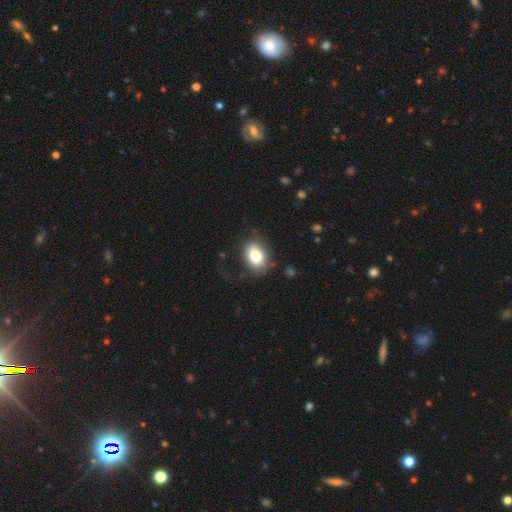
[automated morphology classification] smooth_or_featured: smooth (p=0.76) [alt: featured or disk p=0.15]
how_rounded: in between (p=0.73) [alt: round p=0.26]
merging: none (p=0.58) [alt: minor disturbance p=0.22]